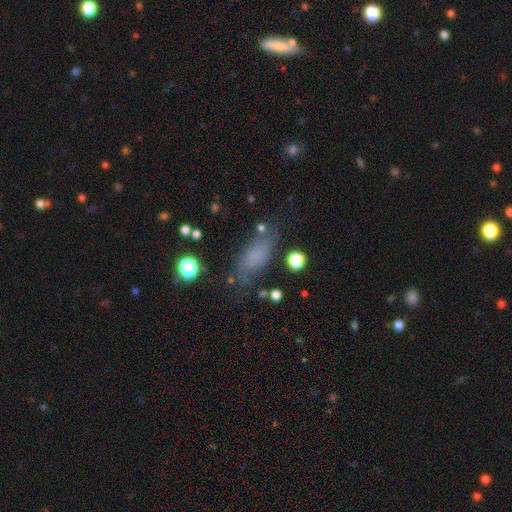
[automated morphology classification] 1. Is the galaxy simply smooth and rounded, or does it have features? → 69% smooth, 16% featured or disk, 15% star or artifact.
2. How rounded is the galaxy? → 72% in between, 22% cigar-shaped, 6% round.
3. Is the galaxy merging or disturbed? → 66% none, 20% minor disturbance, 10% major disturbance, 4% merger.